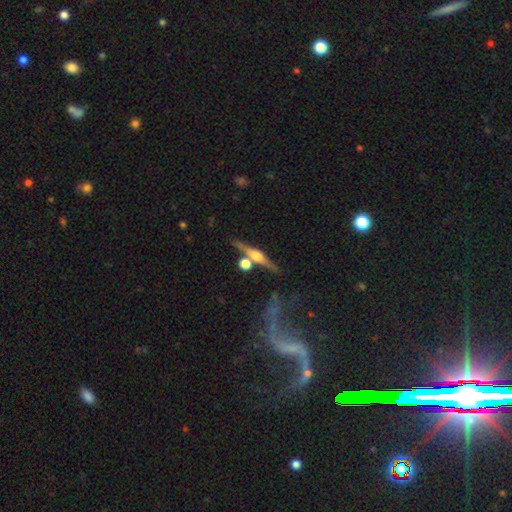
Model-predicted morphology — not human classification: smooth-or-featured: featured or disk: 72% | smooth: 19% | star or artifact: 8%
  disk-edge-on: yes: 96% | no: 4%
    edge-on-bulge: rounded: 88% | boxy: 7% | none: 4%
  merging: none: 74% | merger: 12% | minor disturbance: 10% | major disturbance: 4%